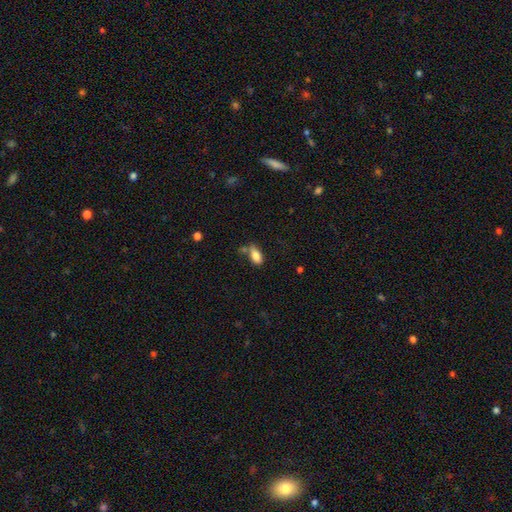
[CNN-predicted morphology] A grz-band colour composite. It shows a smooth galaxy with no disk features (81%) that is in between round and cigar-shaped (87%). Merging: none (57%).